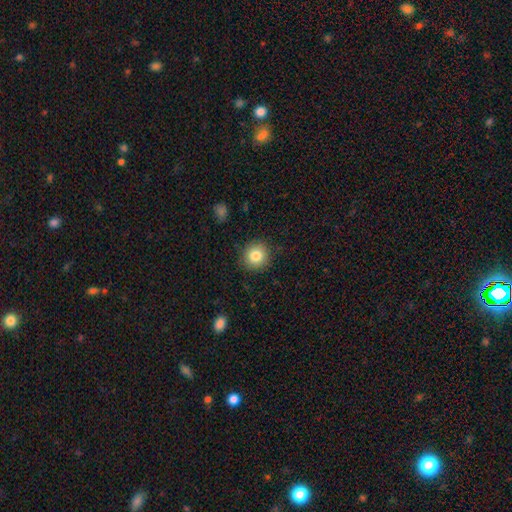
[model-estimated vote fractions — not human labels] This appears to be a smooth galaxy with no disk features (83%) that is round (91%). Merging: none (89%).